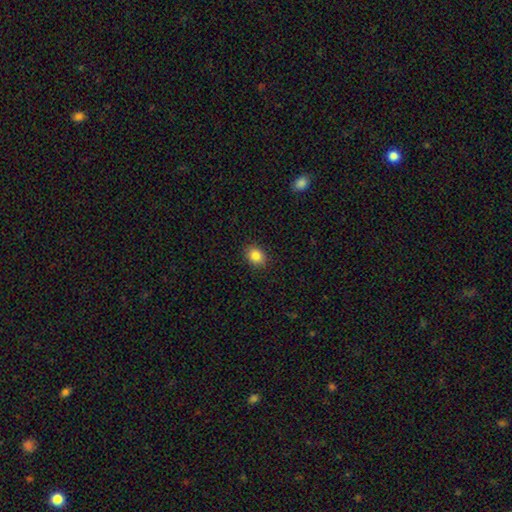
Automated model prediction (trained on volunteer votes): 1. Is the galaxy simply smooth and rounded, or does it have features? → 86% smooth, 10% star or artifact, 5% featured or disk.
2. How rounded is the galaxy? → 60% in between, 39% round, 1% cigar-shaped.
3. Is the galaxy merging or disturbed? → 90% none, 8% minor disturbance, 2% major disturbance, 1% merger.